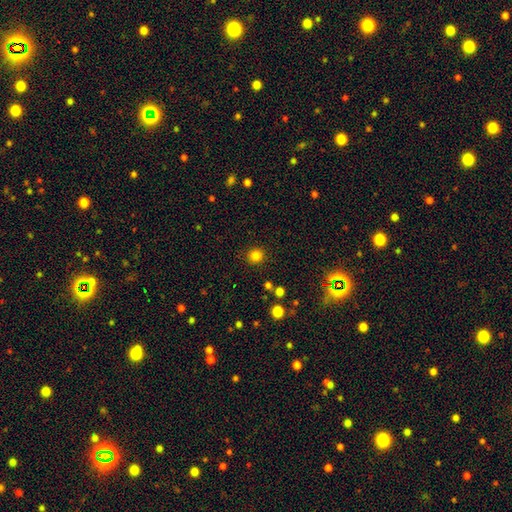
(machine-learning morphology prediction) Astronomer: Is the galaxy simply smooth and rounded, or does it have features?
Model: smooth — 82%.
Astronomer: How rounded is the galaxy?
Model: round — 92%.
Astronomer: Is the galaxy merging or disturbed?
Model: none — 90%.